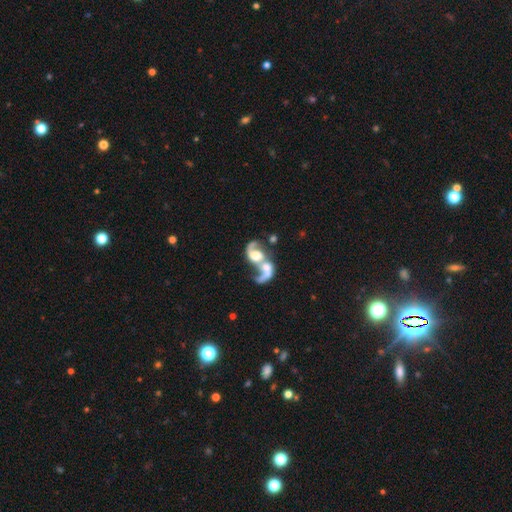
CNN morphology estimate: This appears to be a featured or disk galaxy (77%) with no bar (59%), 2 (75%) loose (71%) spiral arms (85%) and a moderate central bulge (39%). Merging: merger (71%).